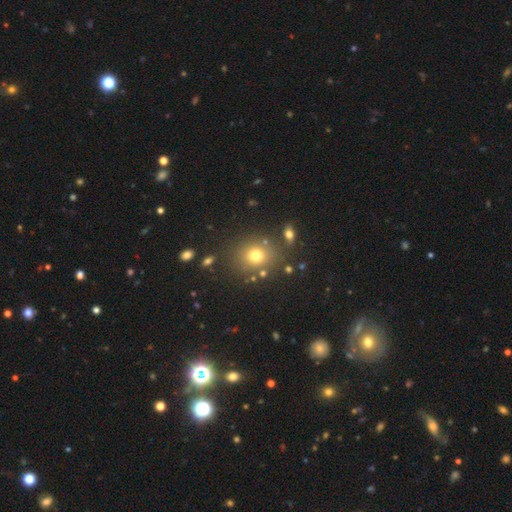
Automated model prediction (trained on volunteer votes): smooth-or-featured: smooth: 74% | star or artifact: 15% | featured or disk: 10%
  how-rounded: round: 76% | in between: 23% | cigar-shaped: 1%
  merging: none: 81% | minor disturbance: 9% | merger: 6% | major disturbance: 4%